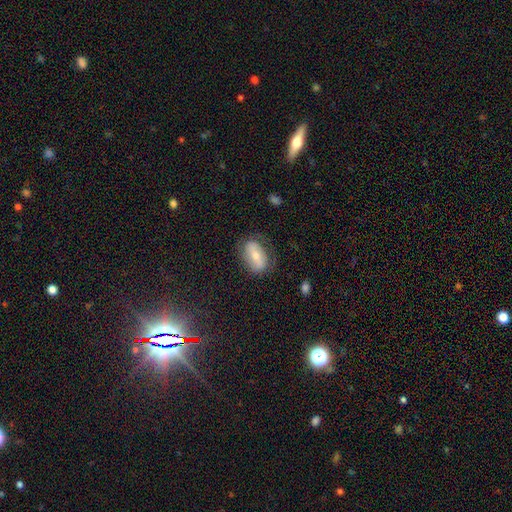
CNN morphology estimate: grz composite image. It shows a smooth galaxy with no disk features (56%) that is in between round and cigar-shaped (88%). Merging: none (71%).